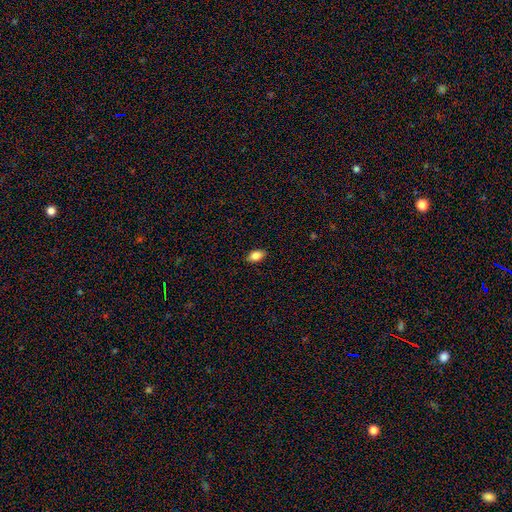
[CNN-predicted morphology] Smooth or featured: smooth — 86% (star or artifact — 8%)
How rounded: in between — 90% (round — 6%)
Merging: none — 88% (minor disturbance — 9%)